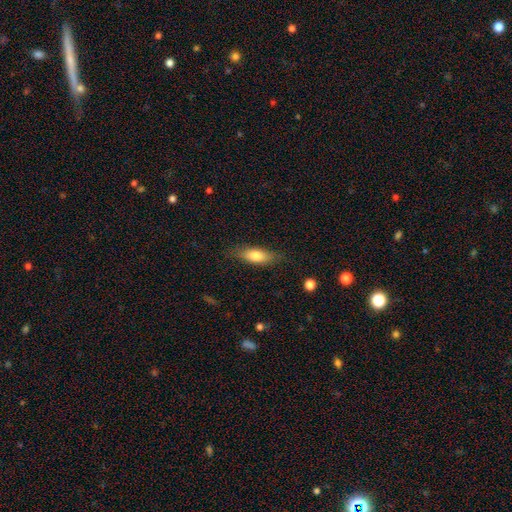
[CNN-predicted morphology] smooth_or_featured: smooth (p=0.76) [alt: featured or disk p=0.18]
how_rounded: in between (p=0.67) [alt: cigar-shaped p=0.30]
merging: none (p=0.80) [alt: minor disturbance p=0.15]